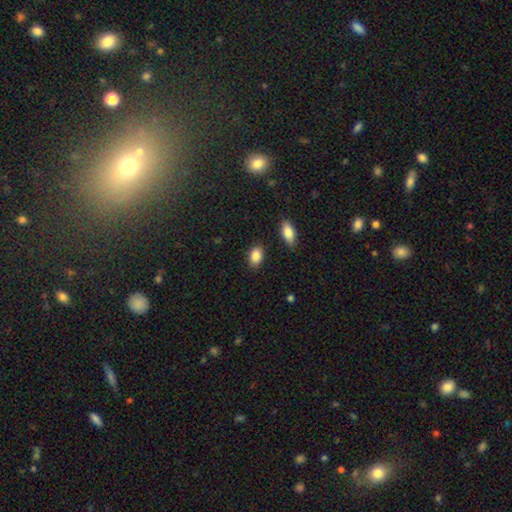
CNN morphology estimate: Overall: smooth (87%). How rounded: in between (85%). Merging: none (86%).